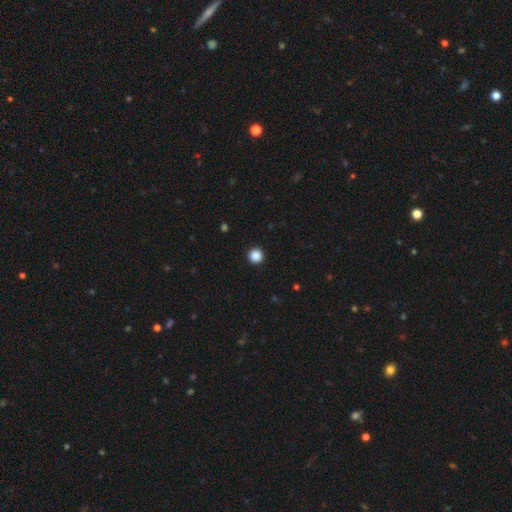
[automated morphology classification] smooth 87%, star or artifact 10%, featured or disk 2%. Down the decision tree: how rounded — round (96%); merging — none (94%).